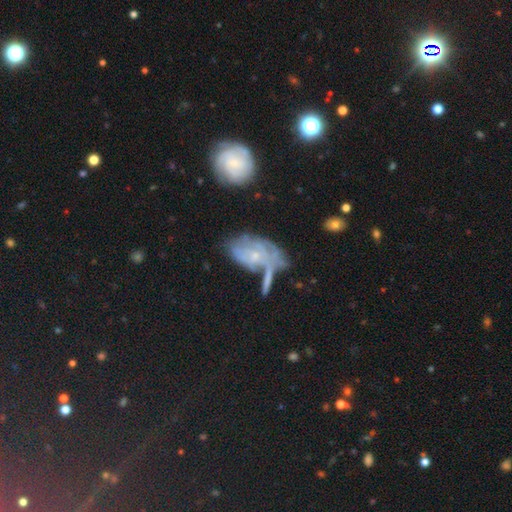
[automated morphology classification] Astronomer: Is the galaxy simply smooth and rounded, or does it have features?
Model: featured or disk — 64%.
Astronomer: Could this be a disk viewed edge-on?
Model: no — 92%.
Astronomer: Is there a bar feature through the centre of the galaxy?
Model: no — 76%.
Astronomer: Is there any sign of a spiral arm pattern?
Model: yes — 75%.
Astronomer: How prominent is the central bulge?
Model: small — 74%.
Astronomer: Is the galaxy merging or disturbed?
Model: none — 40% (runner-up: merger, 22%).